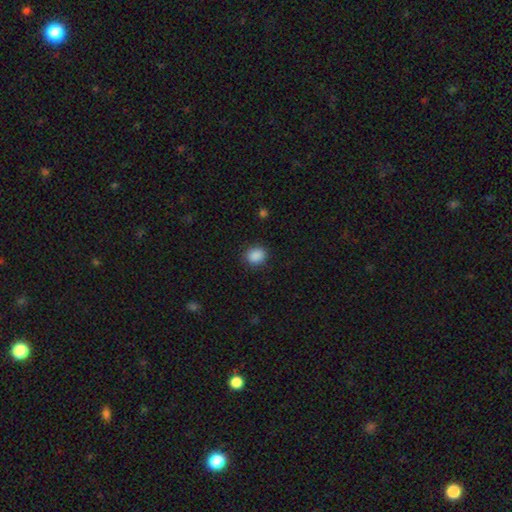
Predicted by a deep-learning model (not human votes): smooth_or_featured: smooth (p=0.88) [alt: star or artifact p=0.09]
how_rounded: round (p=0.68) [alt: in between p=0.31]
merging: none (p=0.87) [alt: minor disturbance p=0.10]